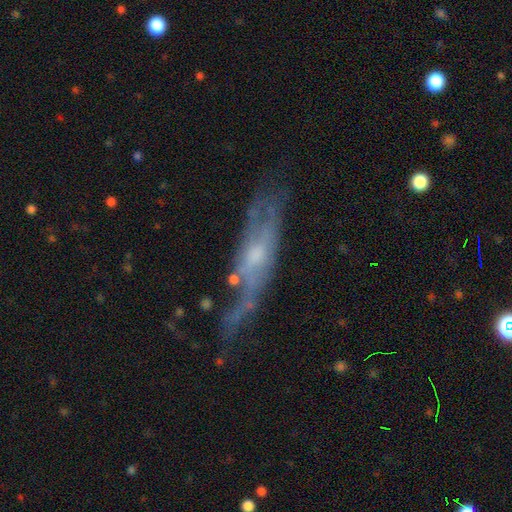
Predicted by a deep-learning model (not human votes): Smooth or featured: featured or disk — 66% (smooth — 26%)
Edge-on disk: no — 58% (yes — 42%)
Merging: none — 41% (minor disturbance — 27%)